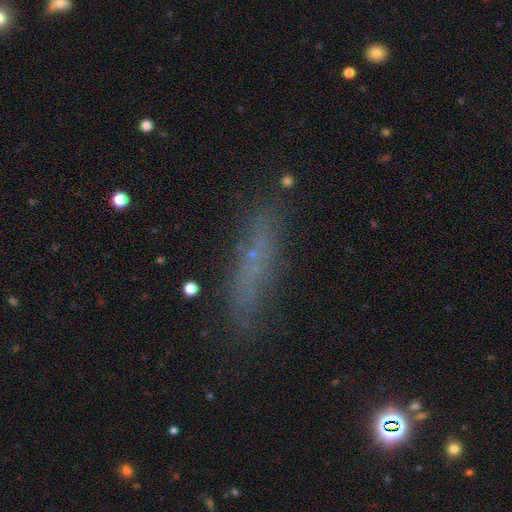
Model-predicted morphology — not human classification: smooth-or-featured: smooth: 54% | featured or disk: 31% | star or artifact: 16%
  how-rounded: cigar-shaped: 78% | in between: 19% | round: 3%
  merging: none: 73% | minor disturbance: 16% | major disturbance: 7% | merger: 3%